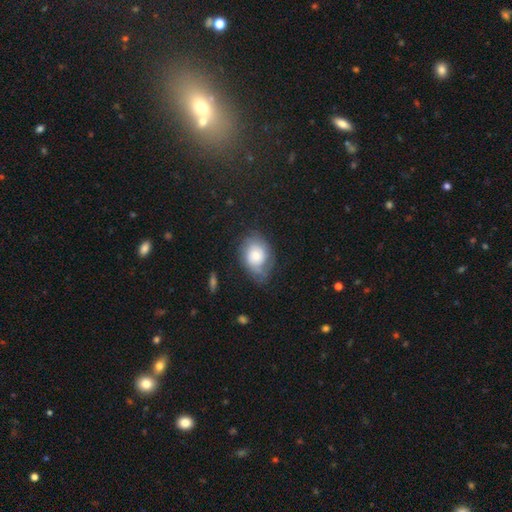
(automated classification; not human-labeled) Smooth or featured: smooth — 47% (featured or disk — 44%)
Merging: none — 56% (minor disturbance — 28%)